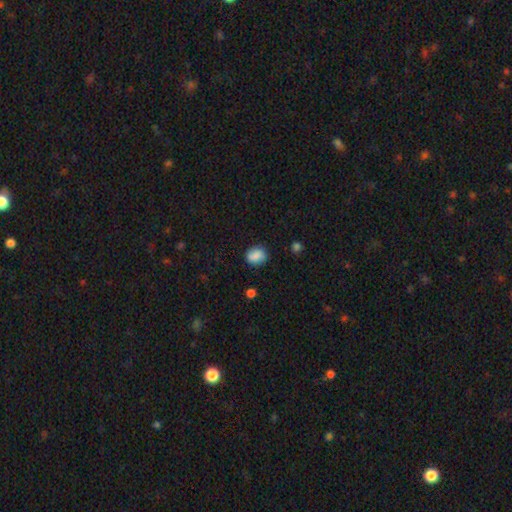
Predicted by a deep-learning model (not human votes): Morphology: type=smooth (79%); roundness=round (53%); merging=none (76%).